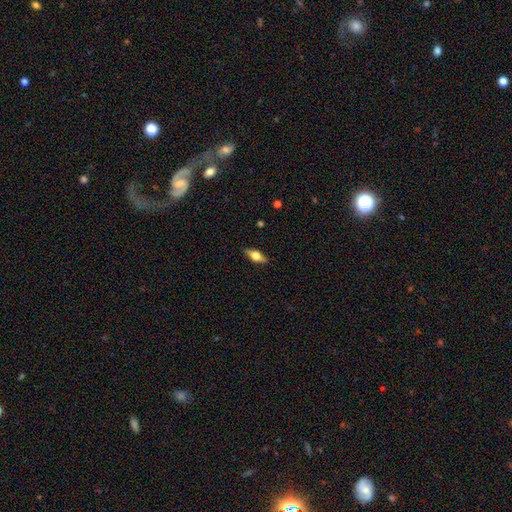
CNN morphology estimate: The model was most divided on "smooth or featured" (2-way tie): smooth: 46%, featured or disk: 46%, star or artifact: 8%. More confident: merging — none (87%).